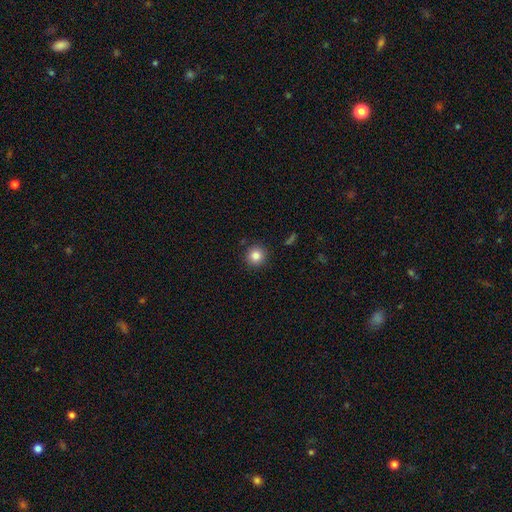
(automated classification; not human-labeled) This is clearly a smooth galaxy (83%). How rounded: clearly round (94%). Merging: clearly none (90%).